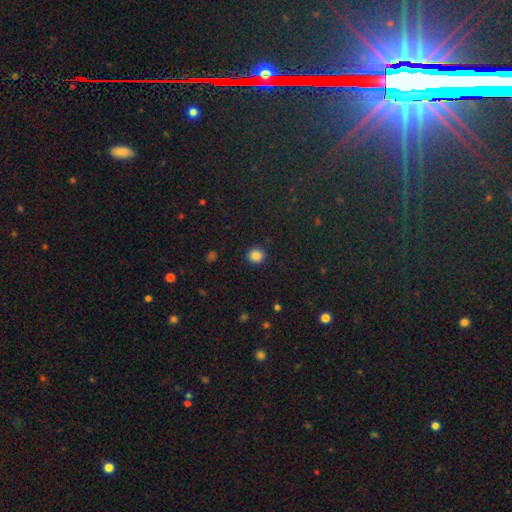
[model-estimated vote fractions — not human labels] Overall: smooth (84%). How rounded: round (92%). Merging: none (90%).